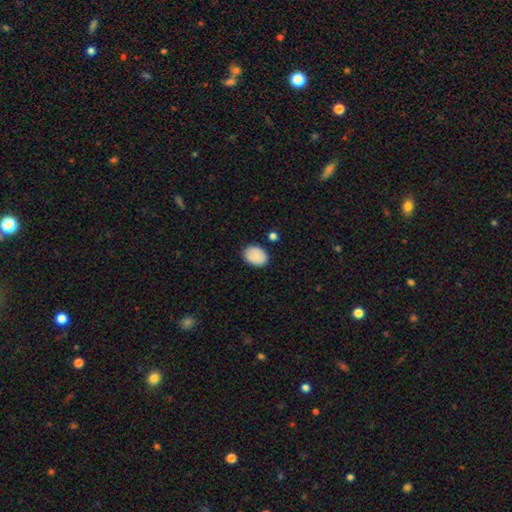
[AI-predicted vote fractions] A smooth galaxy with no disk features (88%) that is in between round and cigar-shaped (76%).

Vote fractions:
- Smooth or featured? smooth: 88% / star or artifact: 7% / featured or disk: 6%
- How rounded? in between: 76% / round: 23% / cigar-shaped: 1%
- Merging? none: 84% / minor disturbance: 11% / major disturbance: 2% / merger: 2%